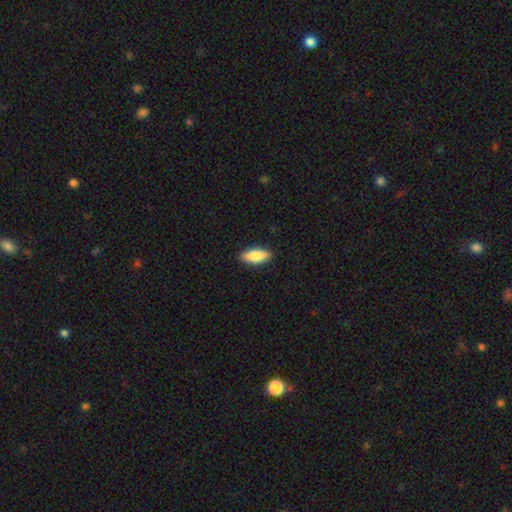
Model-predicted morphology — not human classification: This appears to be a smooth galaxy with no disk features (81%) that is in between round and cigar-shaped (75%). Merging: none (90%).